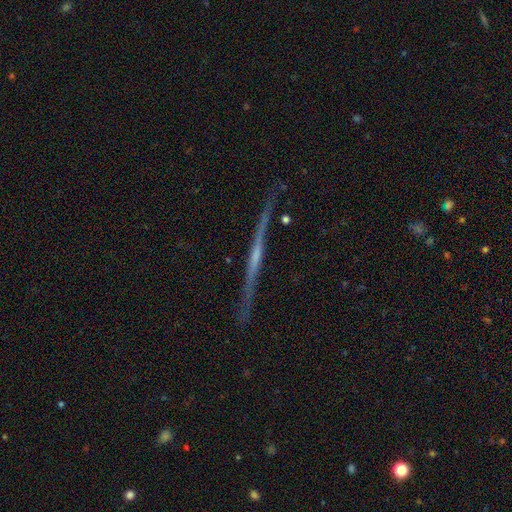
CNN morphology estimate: This is likely a featured or disk galaxy (75%). It is clearly viewed edge-on (98%). Edge-on bulge: possibly none (56%). Merging: clearly none (87%).